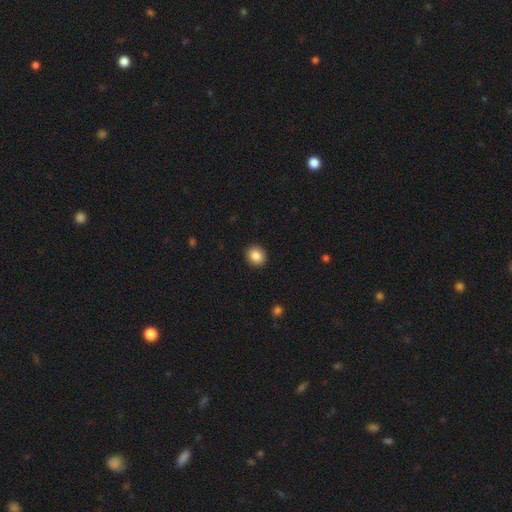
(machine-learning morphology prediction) The model was most divided on "how rounded": round: 77%, in between: 22%, cigar-shaped: 1%. More confident: merging — none (91%); smooth or featured — smooth (87%).